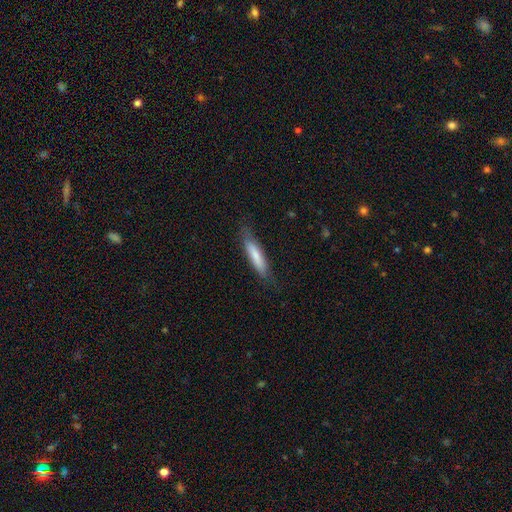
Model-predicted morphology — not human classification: A smooth galaxy with no disk features (73%) that is cigar-shaped (84%). Merging: none (78%).